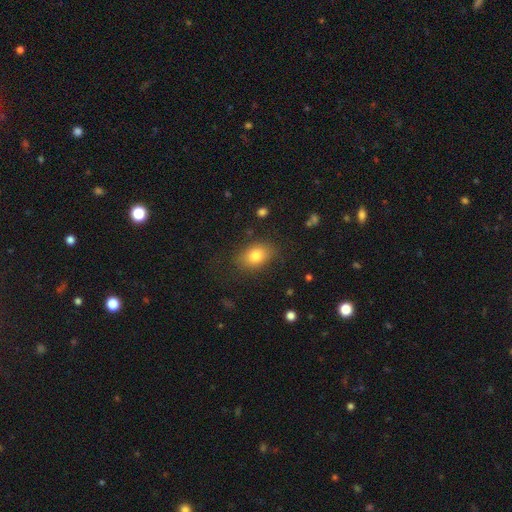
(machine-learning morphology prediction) Smooth or featured? Predicted: smooth (p=0.81). How rounded? Predicted: in between (p=0.80). Merging? Predicted: none (p=0.81).